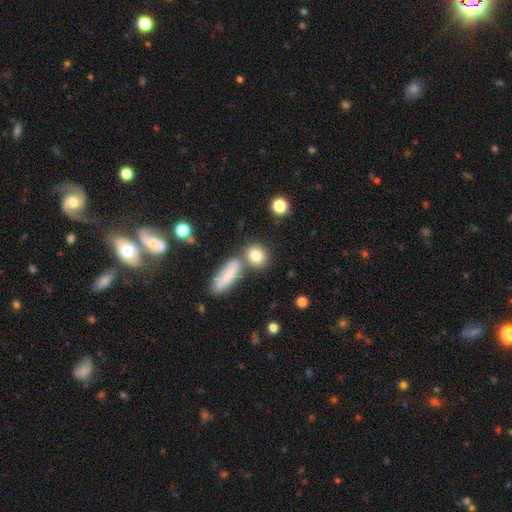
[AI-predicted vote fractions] Smooth or featured: smooth — 81% (featured or disk — 10%)
How rounded: round — 69% (in between — 25%)
Merging: none — 65% (merger — 22%)